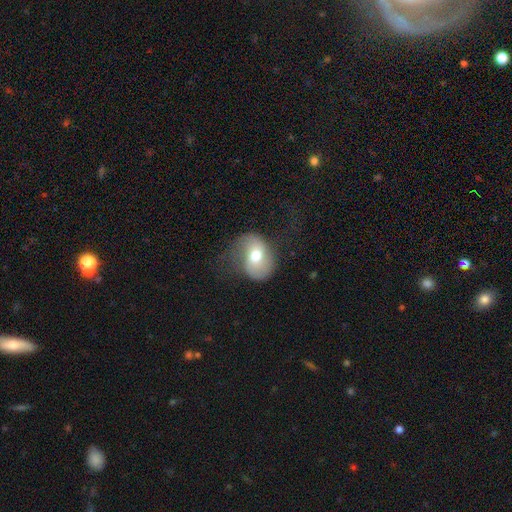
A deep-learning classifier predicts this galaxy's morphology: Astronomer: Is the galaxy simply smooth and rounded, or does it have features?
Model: smooth — 47% (runner-up: featured or disk, 45%).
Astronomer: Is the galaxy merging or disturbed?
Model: none — 49% (runner-up: minor disturbance, 28%).